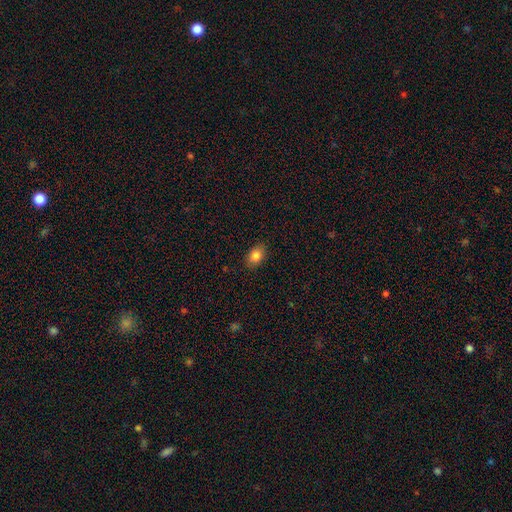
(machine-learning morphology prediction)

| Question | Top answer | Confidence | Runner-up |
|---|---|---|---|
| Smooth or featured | smooth | 84% | star or artifact (9%) |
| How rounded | in between | 83% | round (15%) |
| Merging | none | 88% | minor disturbance (9%) |